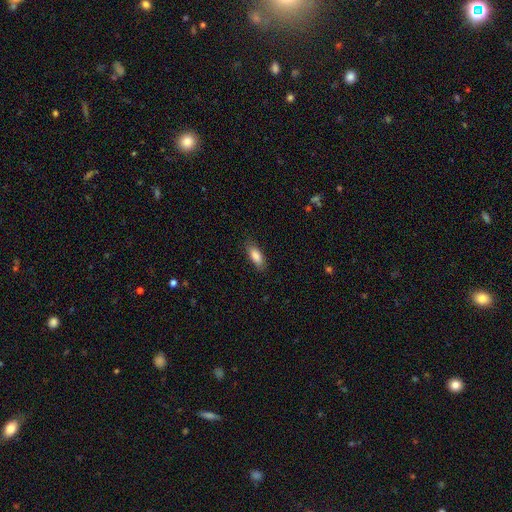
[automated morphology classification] The model was most divided on "how rounded": in between: 77%, cigar-shaped: 21%, round: 2%. More confident: smooth or featured — smooth (85%); merging — none (84%).